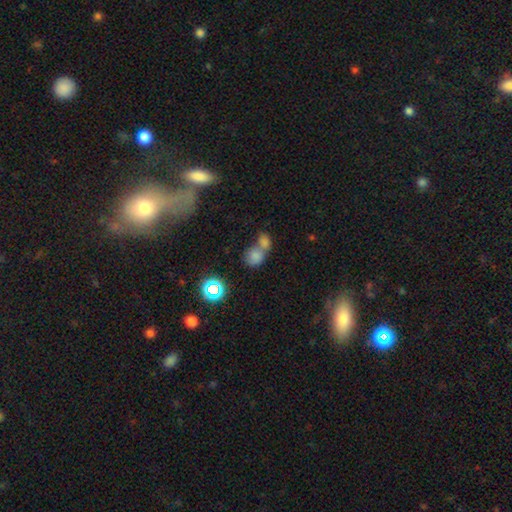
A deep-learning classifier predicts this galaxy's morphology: A smooth galaxy with no disk features (74%) that is round (57%).

Vote fractions:
- Smooth or featured? smooth: 74% / star or artifact: 16% / featured or disk: 10%
- How rounded? round: 57% / in between: 41% / cigar-shaped: 1%
- Merging? merger: 65% / none: 24% / minor disturbance: 7% / major disturbance: 4%